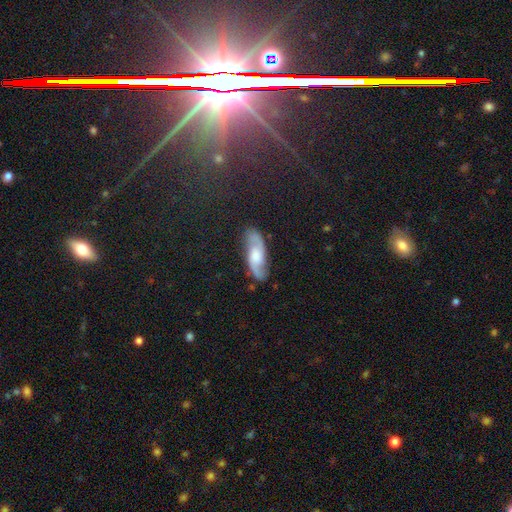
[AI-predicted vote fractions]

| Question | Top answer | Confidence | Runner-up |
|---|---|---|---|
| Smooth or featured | featured or disk | 72% | smooth (21%) |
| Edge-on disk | no | 88% | yes (12%) |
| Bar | no | 57% | weak (35%) |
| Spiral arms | yes | 94% | no (6%) |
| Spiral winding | medium | 43% | loose (39%) |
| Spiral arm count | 2 | 91% | can't tell (5%) |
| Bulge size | moderate | 47% | large (25%) |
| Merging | none | 81% | minor disturbance (13%) |